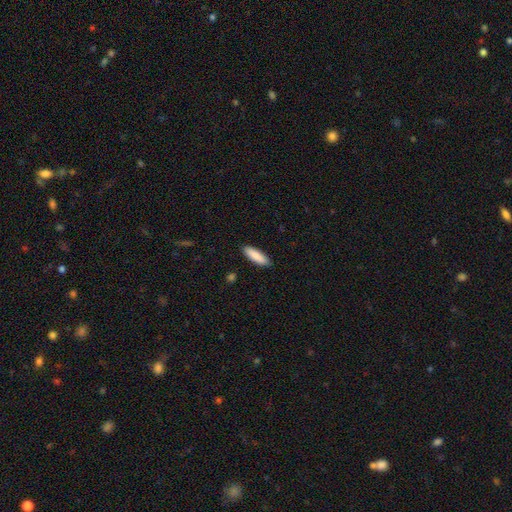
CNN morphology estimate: A smooth galaxy with no disk features (89%) that is cigar-shaped (52%).

Vote fractions:
- Smooth or featured? smooth: 89% / featured or disk: 6% / star or artifact: 5%
- How rounded? cigar-shaped: 52% / in between: 47% / round: 1%
- Merging? none: 90% / minor disturbance: 8% / major disturbance: 2% / merger: 1%